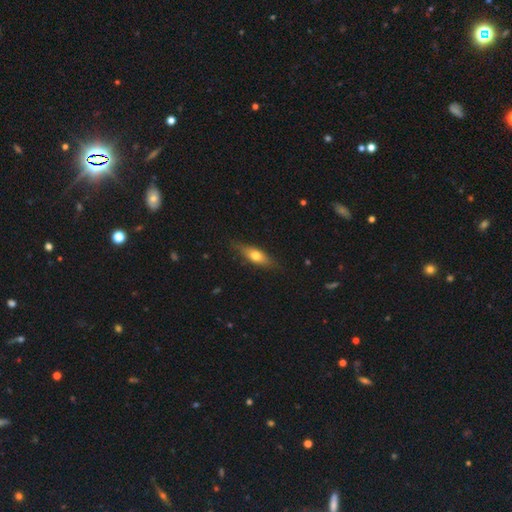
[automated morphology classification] This appears to be a smooth galaxy with no disk features (59%) that is in between round and cigar-shaped (50%). Merging: none (81%).